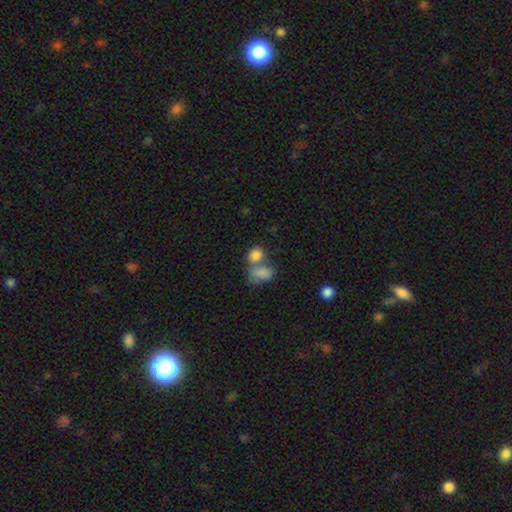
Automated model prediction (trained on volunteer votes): Overall: smooth (82%). How rounded: in between (59%; round 39%). Merging: merger (55%; none 31%).